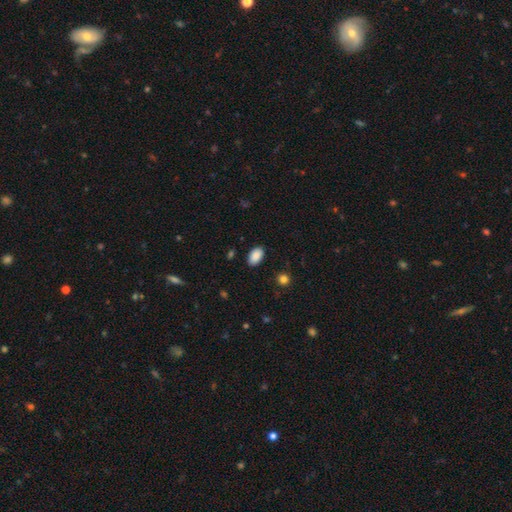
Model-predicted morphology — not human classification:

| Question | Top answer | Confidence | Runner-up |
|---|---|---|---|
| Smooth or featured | smooth | 89% | star or artifact (8%) |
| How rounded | in between | 92% | round (7%) |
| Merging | none | 88% | minor disturbance (9%) |